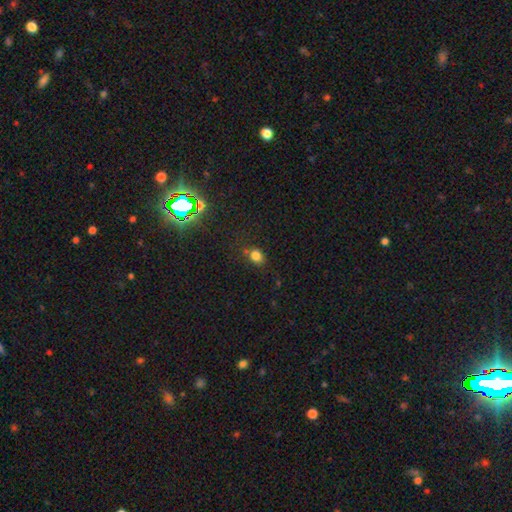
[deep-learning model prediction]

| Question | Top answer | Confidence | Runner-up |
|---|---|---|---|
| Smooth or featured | smooth | 77% | star or artifact (17%) |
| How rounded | round | 50% | in between (48%) |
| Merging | none | 69% | minor disturbance (17%) |